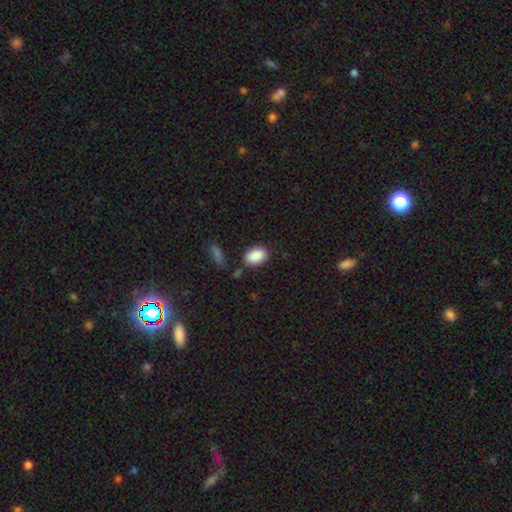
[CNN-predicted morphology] smooth-or-featured: smooth: 89% | star or artifact: 7% | featured or disk: 4%
  how-rounded: in between: 89% | round: 10% | cigar-shaped: 1%
  merging: none: 76% | minor disturbance: 14% | merger: 6% | major disturbance: 4%